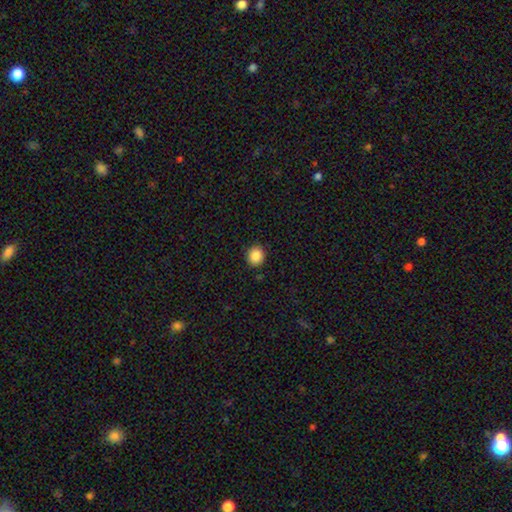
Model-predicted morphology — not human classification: Smooth or featured? smooth (86%)
How rounded? round (78%)
Merging? none (89%)